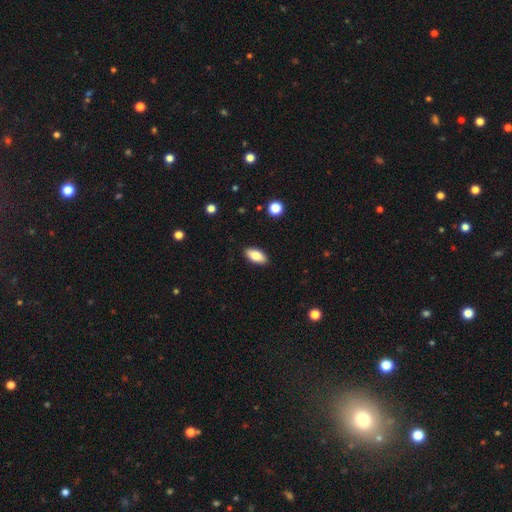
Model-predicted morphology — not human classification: Smooth or featured? Predicted: smooth (p=0.81). How rounded? Predicted: in between (p=0.90). Merging? Predicted: none (p=0.90).